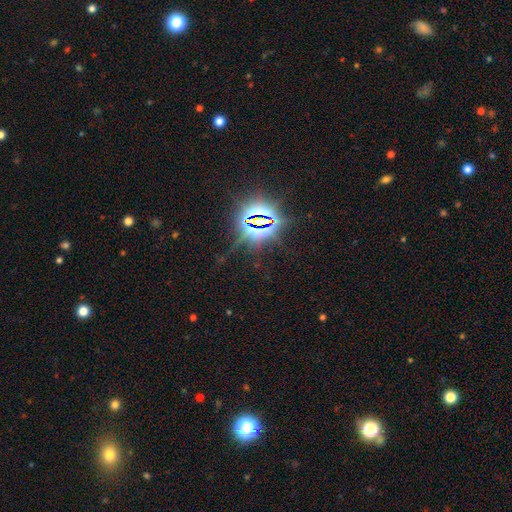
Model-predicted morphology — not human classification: Smooth or featured?
  - star or artifact: 84% *
  - smooth: 9%
  - featured or disk: 7%